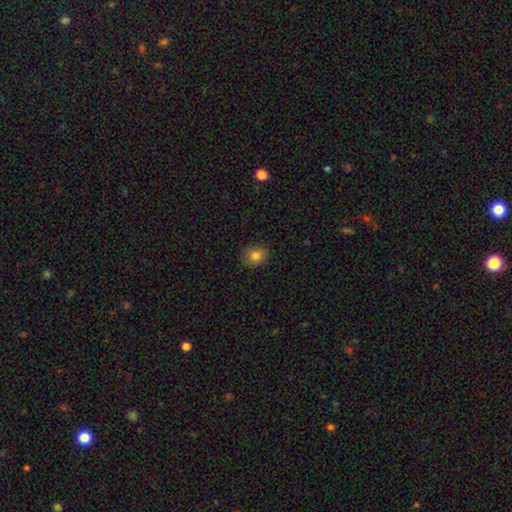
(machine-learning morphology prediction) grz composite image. It shows a smooth galaxy with no disk features (81%) that is round (68%). Merging: none (88%).